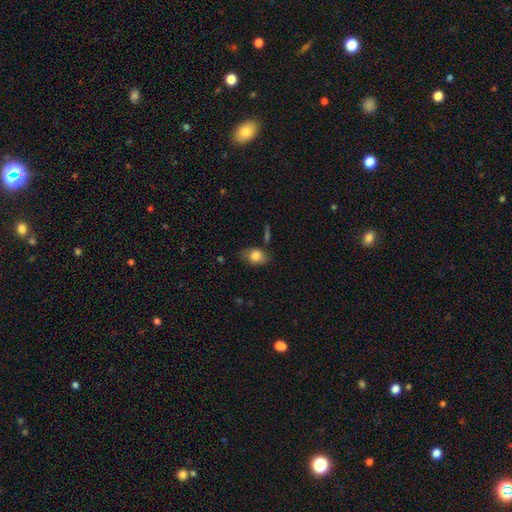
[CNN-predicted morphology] Smooth or featured?
  - smooth: 79% *
  - featured or disk: 13%
  - star or artifact: 8%
How rounded?
  - in between: 79% *
  - round: 20%
  - cigar-shaped: 2%
Merging?
  - none: 65% *
  - minor disturbance: 24%
  - major disturbance: 6%
  - merger: 4%